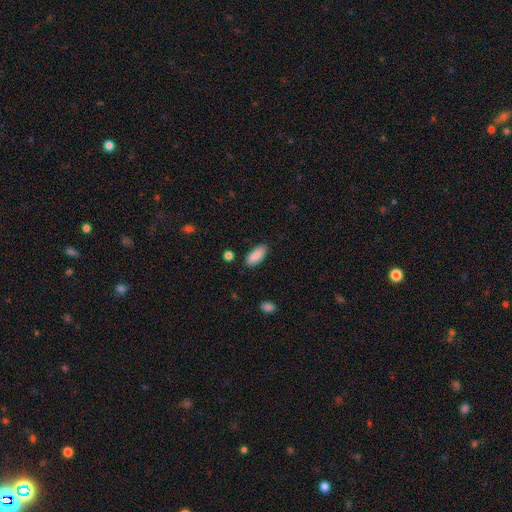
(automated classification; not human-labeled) The model was most divided on "how rounded": in between: 84%, cigar-shaped: 14%, round: 2%. More confident: smooth or featured — smooth (89%); merging — none (84%).